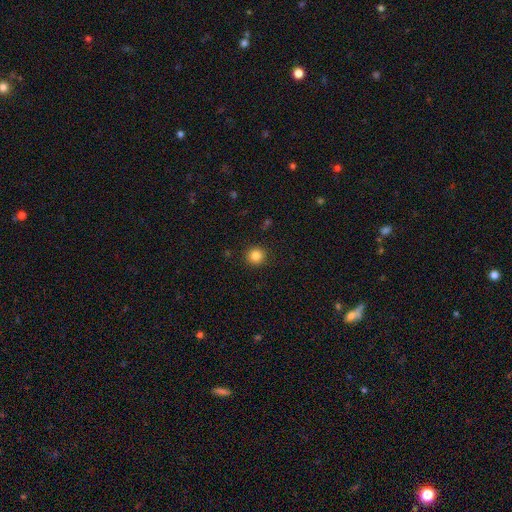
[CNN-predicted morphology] Smooth or featured?
  - smooth: 84% *
  - star or artifact: 11%
  - featured or disk: 5%
How rounded?
  - round: 94% *
  - in between: 5%
  - cigar-shaped: 1%
Merging?
  - none: 91% *
  - minor disturbance: 6%
  - major disturbance: 2%
  - merger: 1%